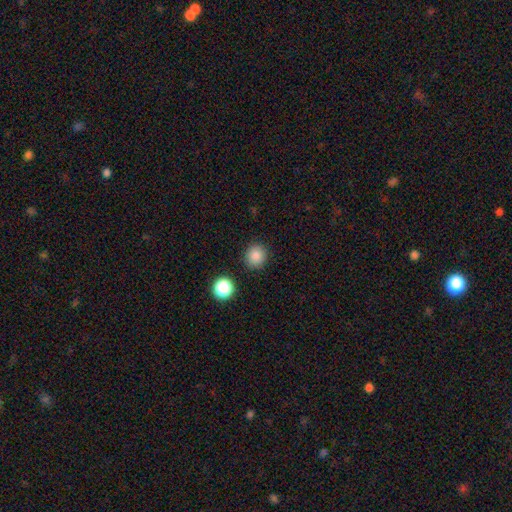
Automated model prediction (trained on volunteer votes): A smooth galaxy with no disk features (85%) that is round (88%).

Vote fractions:
- Smooth or featured? smooth: 85% / star or artifact: 11% / featured or disk: 4%
- How rounded? round: 88% / in between: 11% / cigar-shaped: 1%
- Merging? none: 88% / minor disturbance: 7% / major disturbance: 2% / merger: 2%